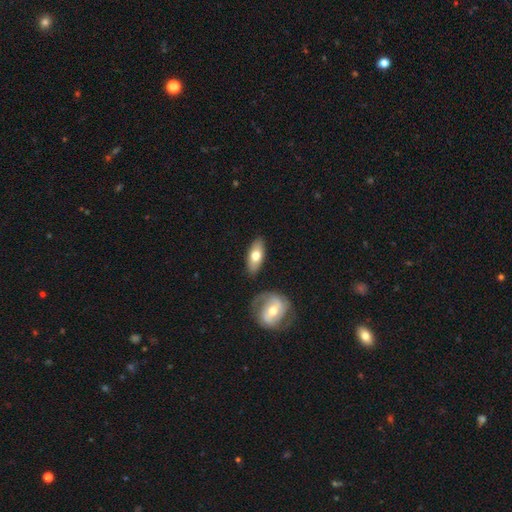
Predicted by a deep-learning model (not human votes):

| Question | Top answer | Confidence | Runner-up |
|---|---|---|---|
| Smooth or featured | smooth | 64% | featured or disk (31%) |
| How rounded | in between | 78% | cigar-shaped (18%) |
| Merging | none | 80% | minor disturbance (12%) |